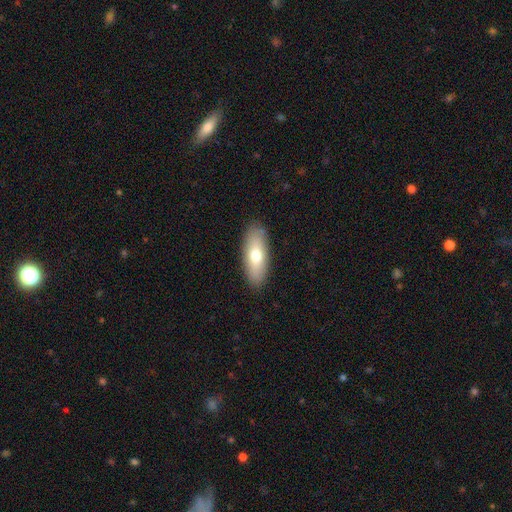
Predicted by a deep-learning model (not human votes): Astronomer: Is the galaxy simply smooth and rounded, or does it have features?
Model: smooth — 70%.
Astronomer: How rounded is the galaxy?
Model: in between — 72%.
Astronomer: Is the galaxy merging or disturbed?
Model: none — 87%.